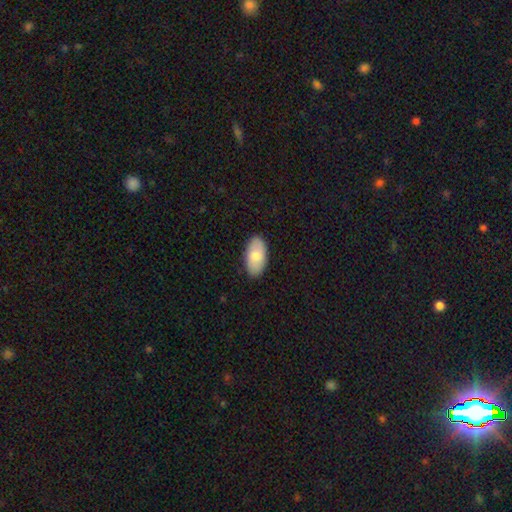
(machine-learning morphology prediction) Smooth or featured: smooth — 76% (featured or disk — 18%)
How rounded: in between — 95% (round — 3%)
Merging: none — 88% (minor disturbance — 9%)